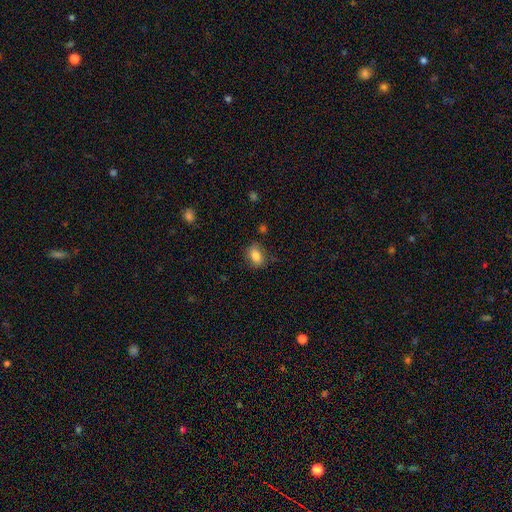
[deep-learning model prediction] smooth 83%, star or artifact 9%, featured or disk 8%. Down the decision tree: how rounded — in between (77%); merging — none (75%).